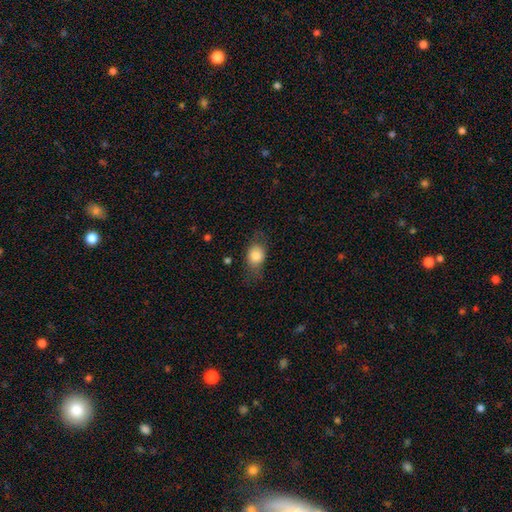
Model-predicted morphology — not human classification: Overall: smooth (78%). How rounded: in between (64%; round 33%). Merging: none (66%).